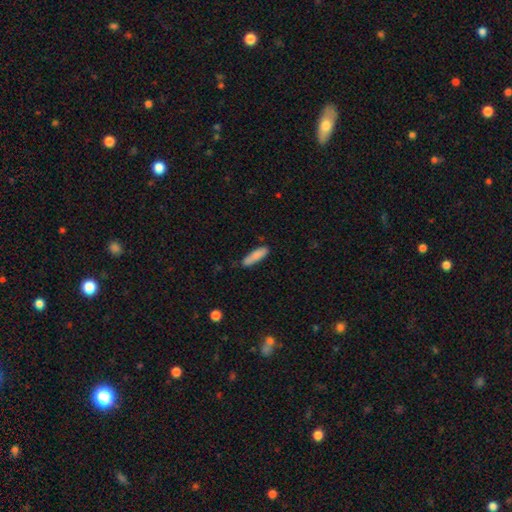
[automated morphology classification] A smooth galaxy with no disk features (84%) that is cigar-shaped (67%). Merging: none (77%).